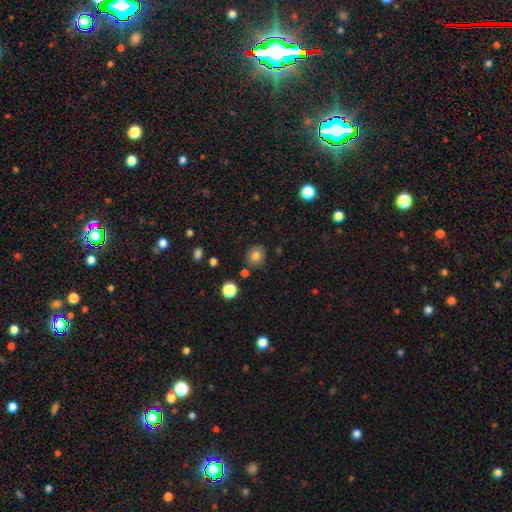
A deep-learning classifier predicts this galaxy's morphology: smooth-or-featured: smooth: 80% | star or artifact: 12% | featured or disk: 8%
  how-rounded: round: 80% | in between: 19% | cigar-shaped: 1%
  merging: none: 83% | minor disturbance: 10% | merger: 4% | major disturbance: 3%